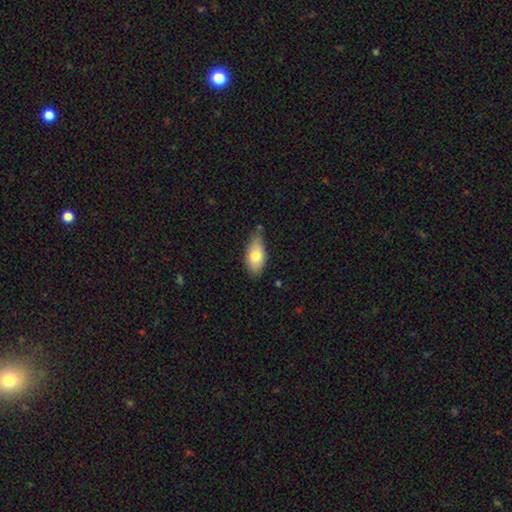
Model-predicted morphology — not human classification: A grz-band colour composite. It shows a smooth galaxy with no disk features (78%) that is in between round and cigar-shaped (90%). Merging: none (62%).